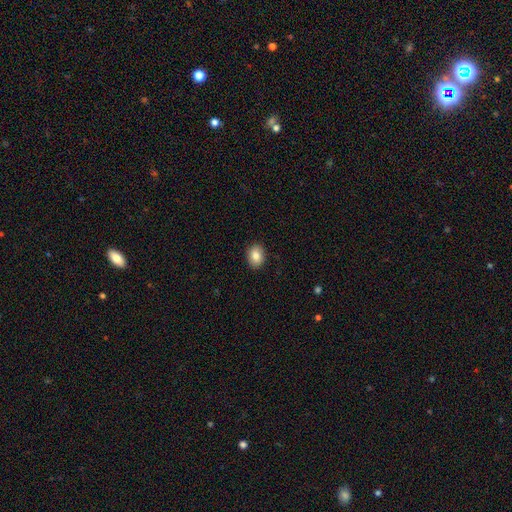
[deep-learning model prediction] smooth 85%, star or artifact 8%, featured or disk 7%. Down the decision tree: how rounded — in between (63%); merging — none (90%).